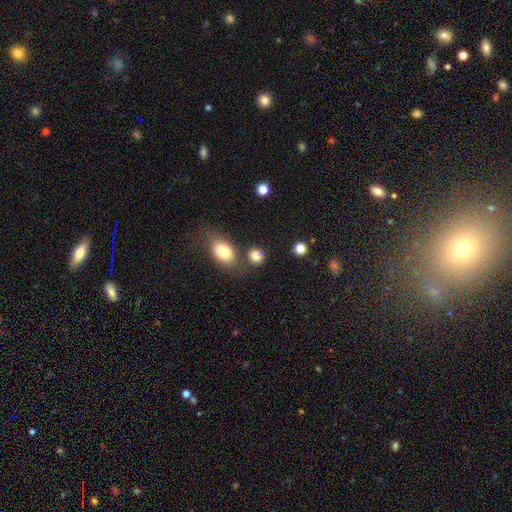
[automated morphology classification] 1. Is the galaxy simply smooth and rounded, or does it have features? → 83% smooth, 11% star or artifact, 6% featured or disk.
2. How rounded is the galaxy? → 72% round, 26% in between, 2% cigar-shaped.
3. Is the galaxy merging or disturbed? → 67% none, 18% merger, 11% minor disturbance, 4% major disturbance.